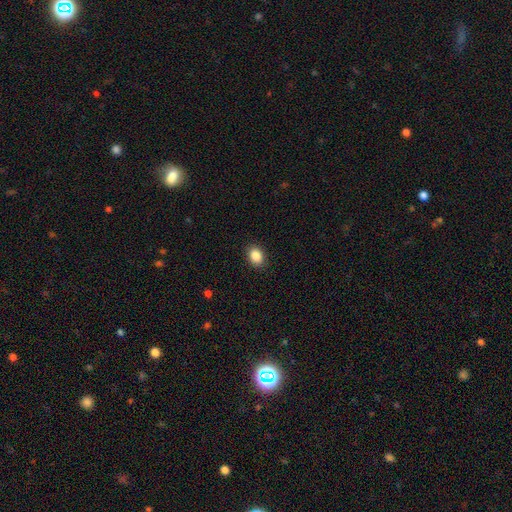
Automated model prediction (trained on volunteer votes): A smooth galaxy with no disk features (88%) that is in between round and cigar-shaped (63%). Merging: none (90%).